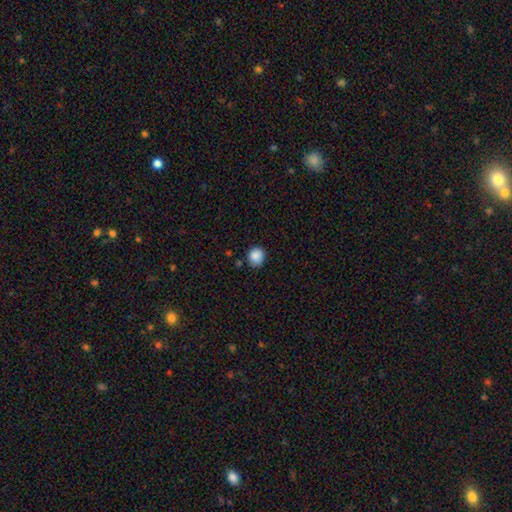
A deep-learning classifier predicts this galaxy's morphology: type=smooth (87%); roundness=round (83%); merging=none (77%).